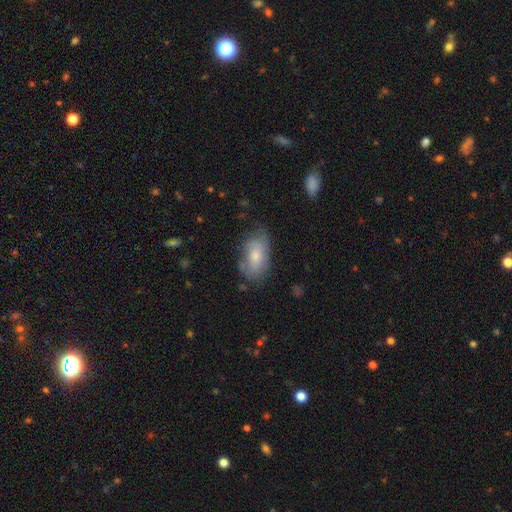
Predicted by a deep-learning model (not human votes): Smooth or featured: smooth — 66% (featured or disk — 27%)
How rounded: in between — 92% (round — 5%)
Merging: none — 58% (minor disturbance — 29%)